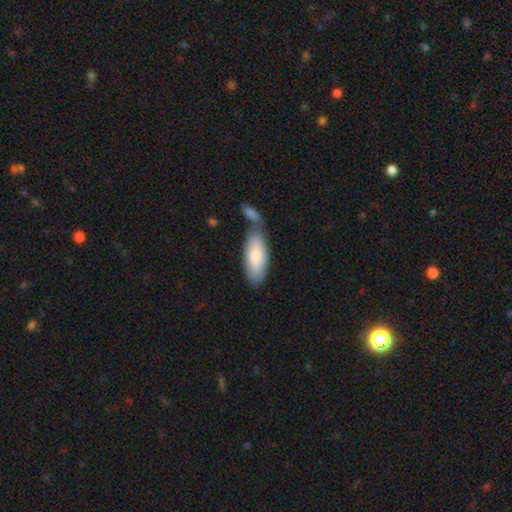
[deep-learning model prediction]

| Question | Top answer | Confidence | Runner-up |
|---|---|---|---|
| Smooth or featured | smooth | 83% | featured or disk (12%) |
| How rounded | in between | 80% | cigar-shaped (18%) |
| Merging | none | 52% | merger (27%) |